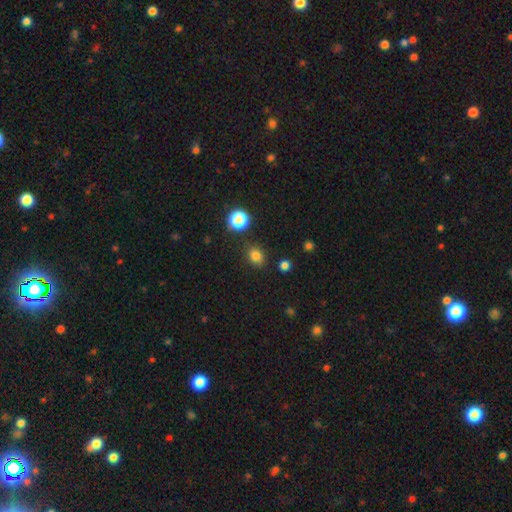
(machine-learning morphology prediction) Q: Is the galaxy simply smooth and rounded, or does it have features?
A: smooth — 80%.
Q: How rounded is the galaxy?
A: round — 53%.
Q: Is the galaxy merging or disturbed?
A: none — 83%.